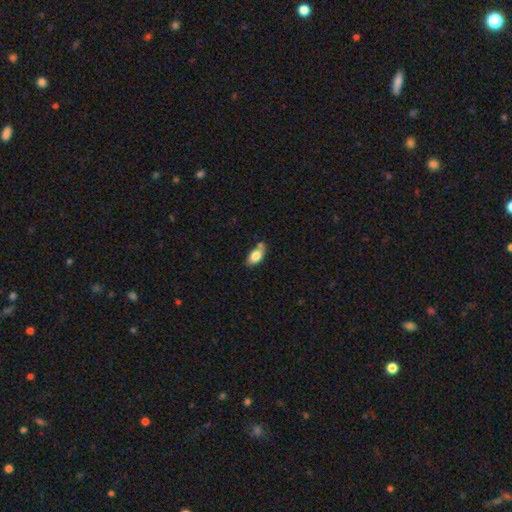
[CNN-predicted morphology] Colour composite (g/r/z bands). It shows a smooth galaxy with no disk features (78%) that is in between round and cigar-shaped (90%). Merging: none (58%).